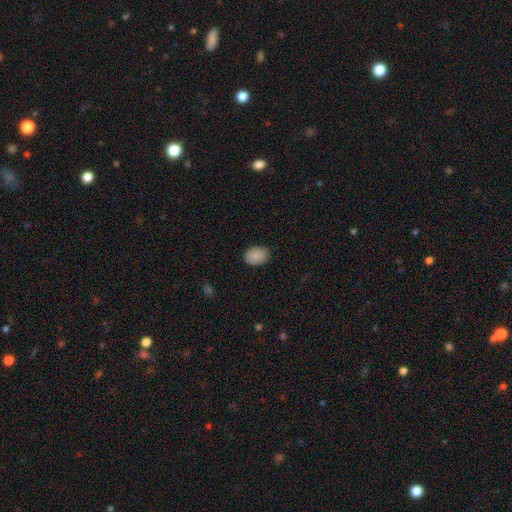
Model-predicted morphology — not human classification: Smooth or featured? smooth (88%)
How rounded? in between (75%)
Merging? none (85%)